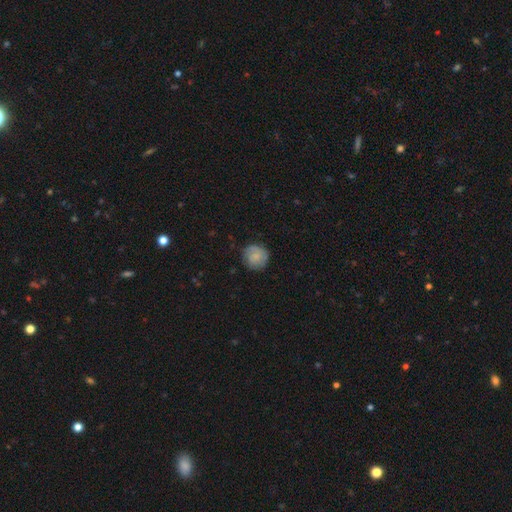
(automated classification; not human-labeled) smooth 67%, featured or disk 26%, star or artifact 7%. Down the decision tree: how rounded — round (91%); merging — none (78%).